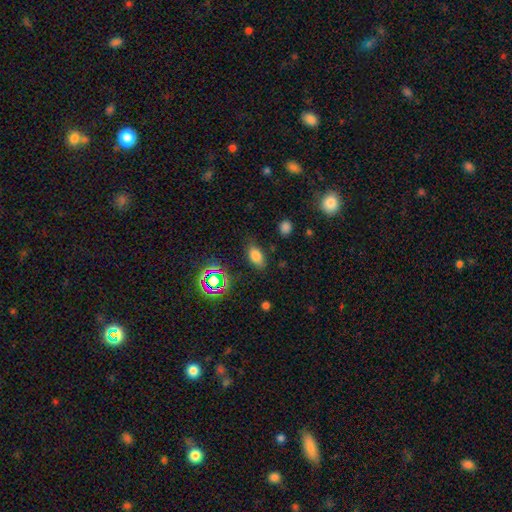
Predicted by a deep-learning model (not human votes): A smooth galaxy with no disk features (75%) that is in between round and cigar-shaped (88%). Merging: none (80%).